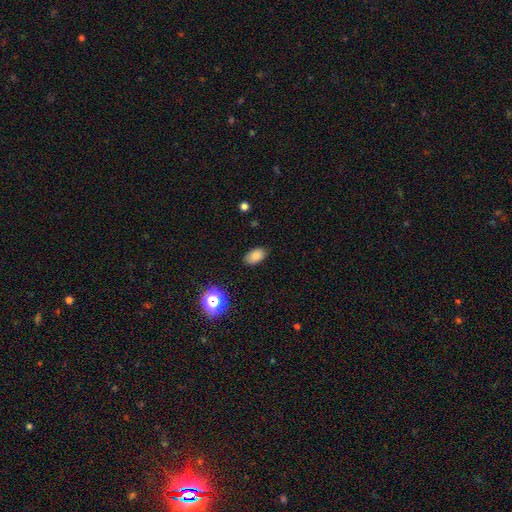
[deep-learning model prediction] Overall: smooth (83%). How rounded: in between (91%). Merging: none (85%).